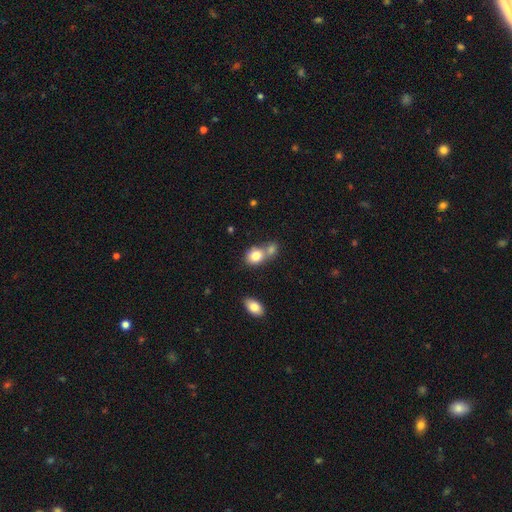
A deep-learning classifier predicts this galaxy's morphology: smooth-or-featured: smooth: 80% | featured or disk: 11% | star or artifact: 9%
  how-rounded: in between: 52% | round: 47% | cigar-shaped: 1%
  merging: merger: 52% | none: 35% | minor disturbance: 9% | major disturbance: 4%